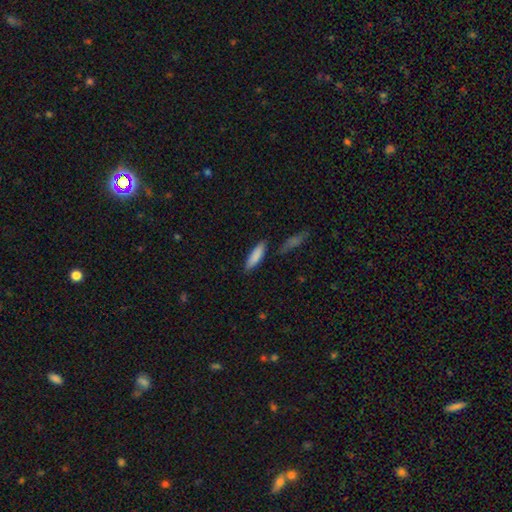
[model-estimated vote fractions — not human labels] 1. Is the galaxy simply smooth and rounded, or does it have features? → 85% smooth, 8% featured or disk, 6% star or artifact.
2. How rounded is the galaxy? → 60% cigar-shaped, 38% in between, 2% round.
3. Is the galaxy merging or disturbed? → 80% none, 12% minor disturbance, 5% merger, 3% major disturbance.